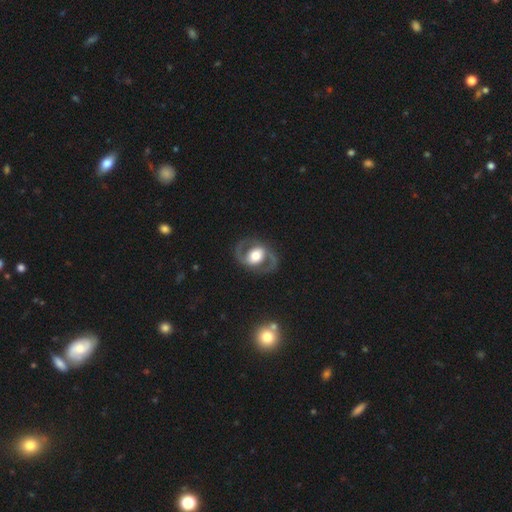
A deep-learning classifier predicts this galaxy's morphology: Smooth or featured? Predicted: featured or disk (p=0.80). Edge-on disk? Predicted: no (p=0.96). Bar? Predicted: no (p=0.46). Spiral arms? Predicted: yes (p=0.83). Spiral winding? Predicted: medium (p=0.56). Spiral arm count? Predicted: 2 (p=0.92). Bulge size? Predicted: moderate (p=0.49). Merging? Predicted: none (p=0.82).